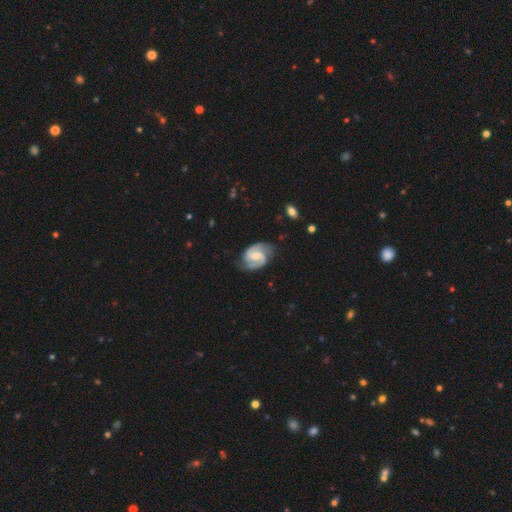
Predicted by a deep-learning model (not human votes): Overall: featured or disk (88%). Edge-on disk: no (98%). Bar: weak (52%; no 25%). Spiral arms: yes (97%). Spiral arm count: 2 (93%). Spiral winding: medium (56%; tight 27%). Bulge size: moderate (40%; small 38%). Merging: none (78%).